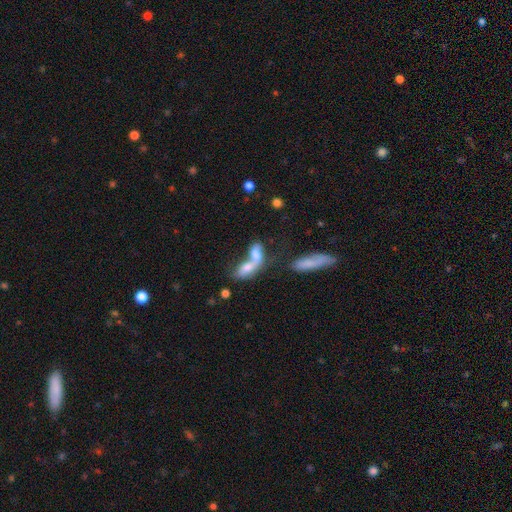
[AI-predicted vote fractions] Q: Smooth or featured?
A: smooth (65%); runner-up: featured or disk (25%)
Q: How rounded?
A: in between (76%); runner-up: cigar-shaped (16%)
Q: Merging?
A: merger (76%); runner-up: none (13%)